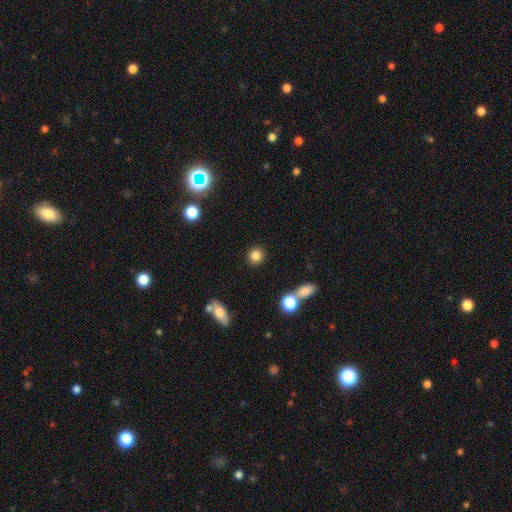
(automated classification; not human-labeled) Smooth or featured? Predicted: smooth (p=0.84). How rounded? Predicted: round (p=0.89). Merging? Predicted: none (p=0.88).